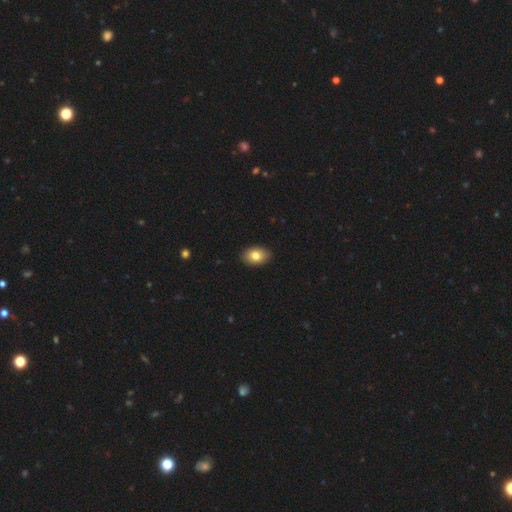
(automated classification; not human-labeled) A smooth galaxy with no disk features (81%) that is in between round and cigar-shaped (83%).

Vote fractions:
- Smooth or featured? smooth: 81% / featured or disk: 11% / star or artifact: 8%
- How rounded? in between: 83% / round: 16% / cigar-shaped: 1%
- Merging? none: 90% / minor disturbance: 7% / major disturbance: 2% / merger: 1%